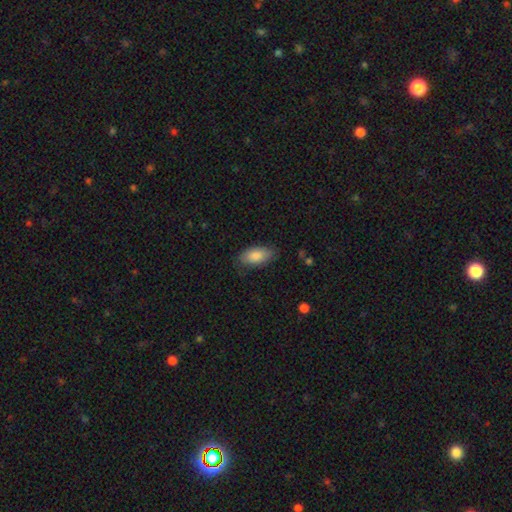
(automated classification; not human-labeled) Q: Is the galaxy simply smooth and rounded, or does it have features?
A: smooth — 85%.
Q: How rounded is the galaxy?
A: in between — 92%.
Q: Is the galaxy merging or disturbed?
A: none — 78%.